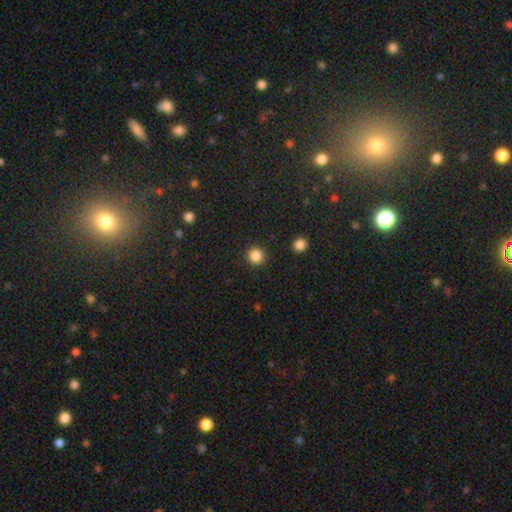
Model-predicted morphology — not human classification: Smooth or featured: smooth — 86% (star or artifact — 11%)
How rounded: round — 94% (in between — 5%)
Merging: none — 91% (minor disturbance — 5%)